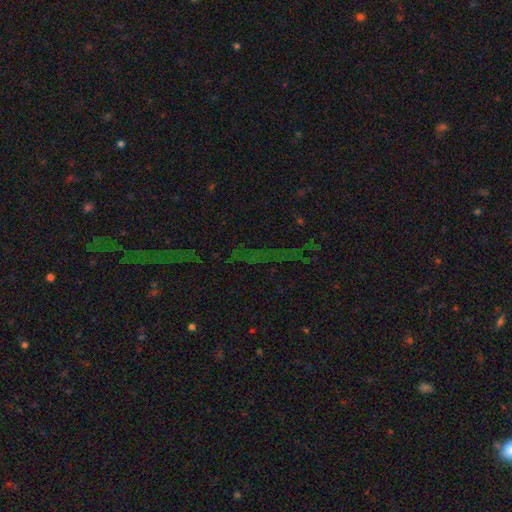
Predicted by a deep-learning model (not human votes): Smooth or featured? star or artifact (75%)